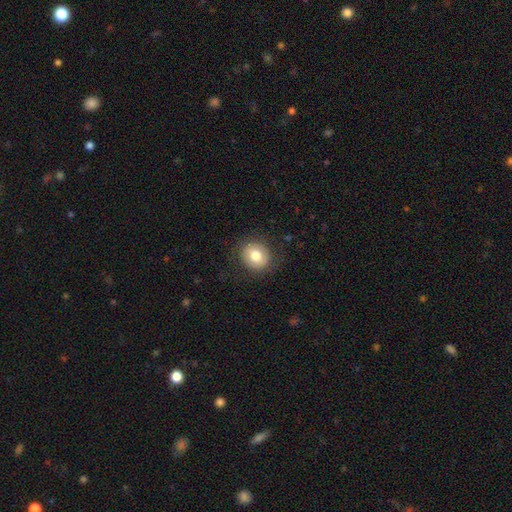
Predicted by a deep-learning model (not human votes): Q: Smooth or featured?
A: smooth (77%); runner-up: featured or disk (15%)
Q: How rounded?
A: round (81%); runner-up: in between (18%)
Q: Merging?
A: none (85%); runner-up: minor disturbance (10%)